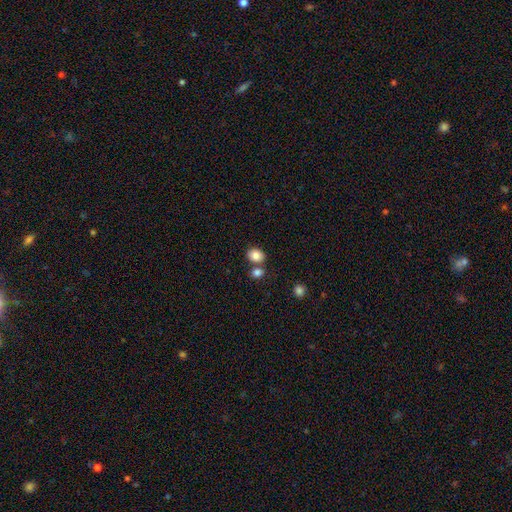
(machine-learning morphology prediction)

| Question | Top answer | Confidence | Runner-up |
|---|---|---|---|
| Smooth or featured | smooth | 83% | star or artifact (9%) |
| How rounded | round | 52% | in between (47%) |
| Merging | none | 63% | merger (24%) |